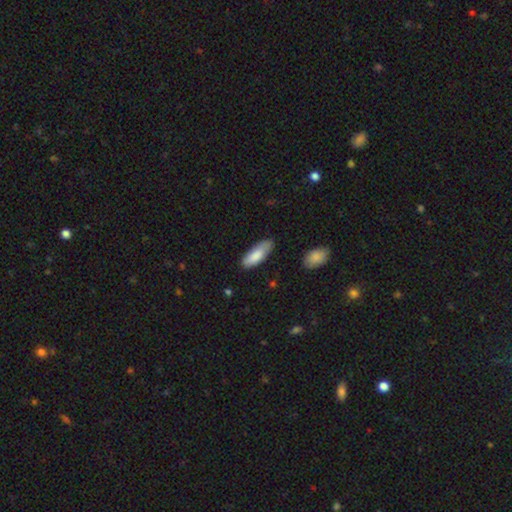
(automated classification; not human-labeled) This appears to be a smooth galaxy with no disk features (84%) that is in between round and cigar-shaped (67%). Merging: none (74%).